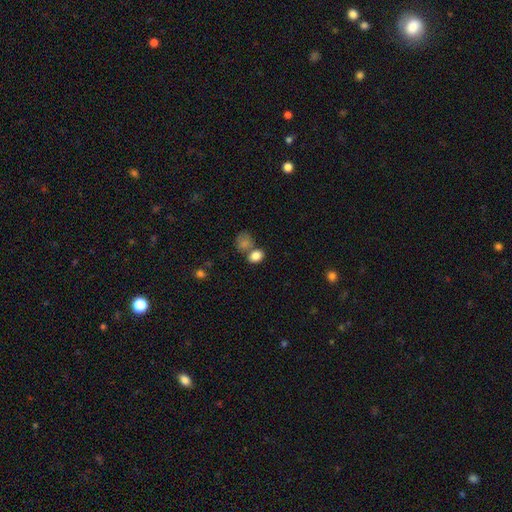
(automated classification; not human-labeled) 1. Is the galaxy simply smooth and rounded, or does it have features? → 84% smooth, 10% star or artifact, 6% featured or disk.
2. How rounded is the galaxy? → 61% in between, 38% round, 1% cigar-shaped.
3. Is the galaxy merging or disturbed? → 51% none, 32% merger, 13% minor disturbance, 5% major disturbance.